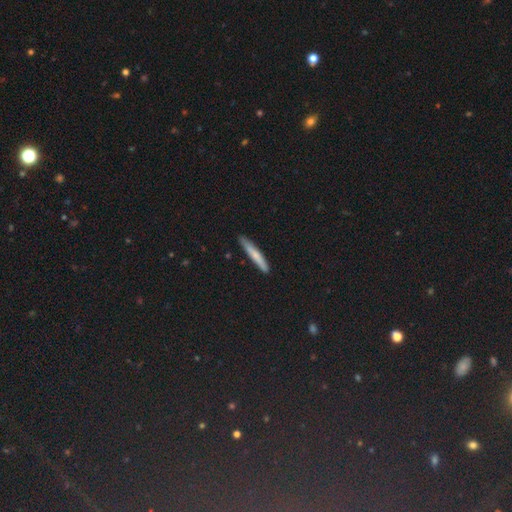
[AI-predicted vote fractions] Overall: smooth (69%). How rounded: cigar-shaped (95%). Merging: none (87%).